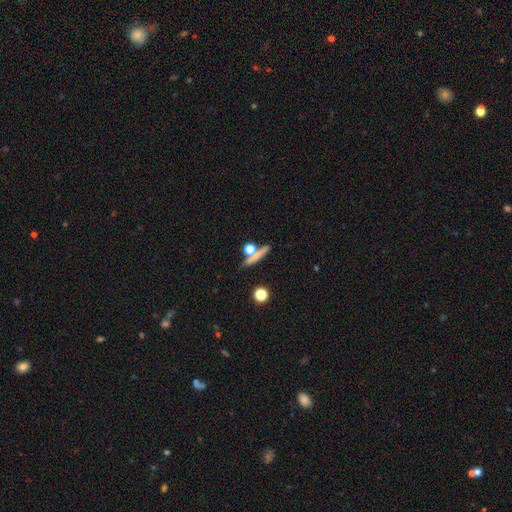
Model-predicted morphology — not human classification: type=smooth (60%); roundness=cigar-shaped (67%); merging=none (68%).